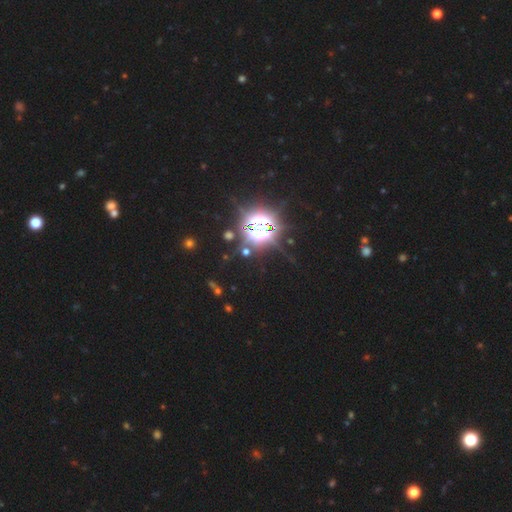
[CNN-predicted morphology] Smooth or featured? star or artifact (85%)